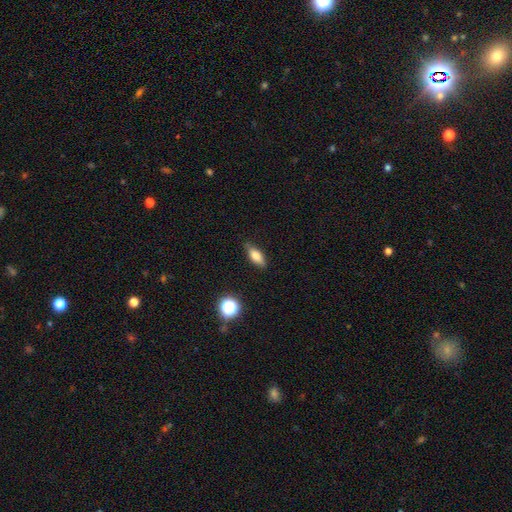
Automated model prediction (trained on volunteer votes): Q: Smooth or featured?
A: smooth (72%); runner-up: featured or disk (19%)
Q: How rounded?
A: in between (71%); runner-up: cigar-shaped (24%)
Q: Merging?
A: none (80%); runner-up: minor disturbance (16%)